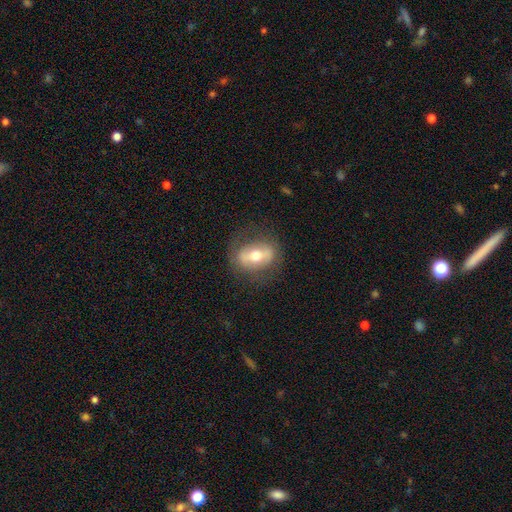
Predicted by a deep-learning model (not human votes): smooth_or_featured: featured or disk (p=0.55) [alt: smooth p=0.37]
disk_edge_on: no (p=0.83) [alt: yes p=0.17]
merging: none (p=0.77) [alt: minor disturbance p=0.15]